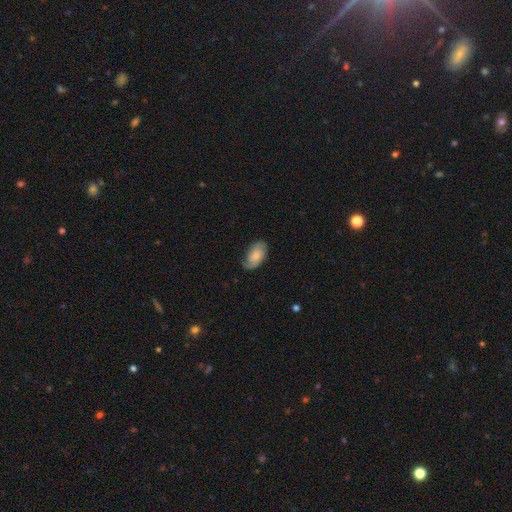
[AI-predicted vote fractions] This is possibly a smooth galaxy (54%). How rounded: clearly in between (92%). Merging: likely none (65%).